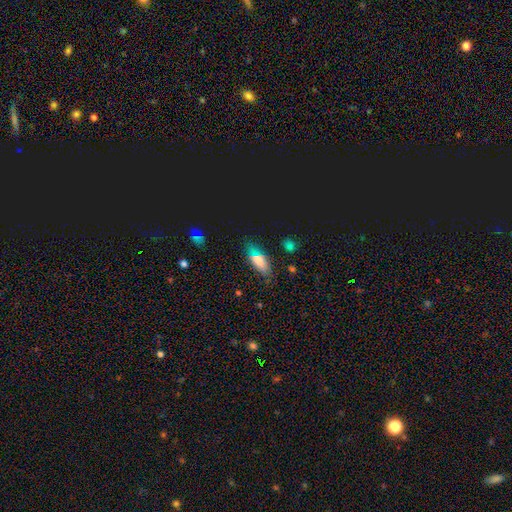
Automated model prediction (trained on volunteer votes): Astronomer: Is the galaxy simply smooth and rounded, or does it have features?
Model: smooth — 60%.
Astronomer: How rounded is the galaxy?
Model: in between — 71%.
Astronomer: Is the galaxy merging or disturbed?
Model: none — 76%.